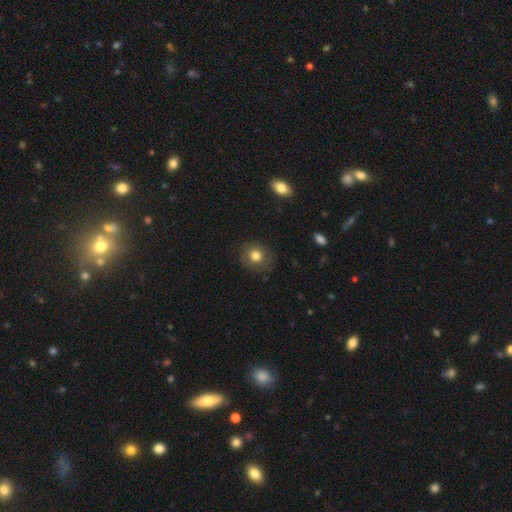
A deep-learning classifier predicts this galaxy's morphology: This appears to be a smooth galaxy with no disk features (79%) that is round (80%). Merging: none (84%).